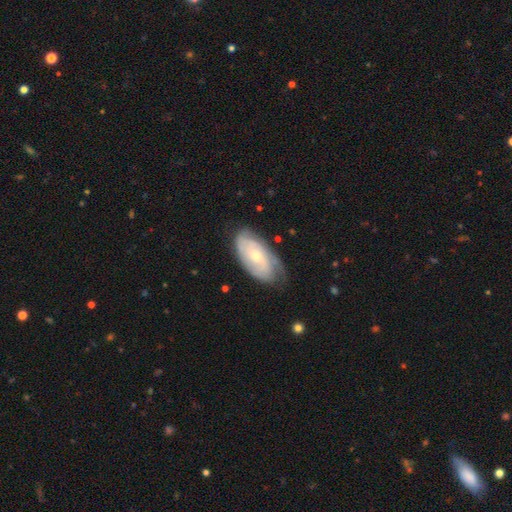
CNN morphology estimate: A featured or disk galaxy (66%) with no bar (73%), tight (62%) spiral arms (87%) and a small central bulge (55%).

Vote fractions:
- Smooth or featured? featured or disk: 66% / smooth: 28% / star or artifact: 6%
- Edge-on disk? no: 93% / yes: 7%
- Bar? no: 73% / weak: 23% / strong: 4%
- Spiral arms? yes: 87% / no: 13%
- Spiral winding? tight: 62% / medium: 28% / loose: 9%
- Spiral arm count? can't tell: 45% / 2: 32% / 3: 11% / 1: 5% / 4: 4% / more than 4: 3%
- Bulge size? small: 55% / moderate: 41% / large: 2% / none: 2% / dominant: 1%
- Merging? none: 67% / minor disturbance: 25% / major disturbance: 7% / merger: 1%